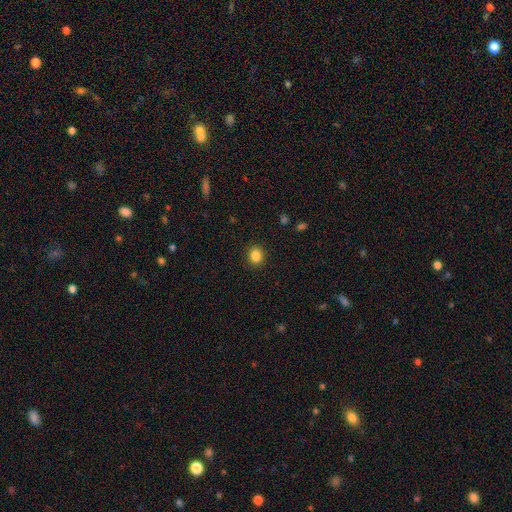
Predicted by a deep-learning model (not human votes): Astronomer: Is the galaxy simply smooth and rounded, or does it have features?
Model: smooth — 86%.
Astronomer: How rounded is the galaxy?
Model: round — 65%.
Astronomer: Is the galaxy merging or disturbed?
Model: none — 90%.